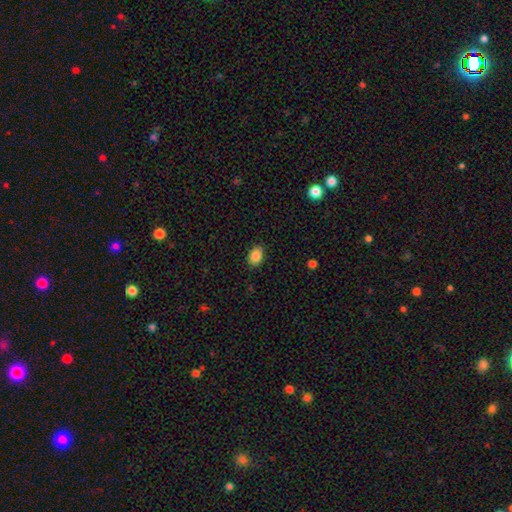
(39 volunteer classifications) Smooth or featured?
  - smooth: 97% *
  - star or artifact: 3%
  - featured or disk: 0%
How rounded?
  - in between: 66% *
  - round: 34%
  - cigar-shaped: 0%
Merging?
  - none: 74% *
  - minor disturbance: 21%
  - major disturbance: 3%
  - merger: 3%